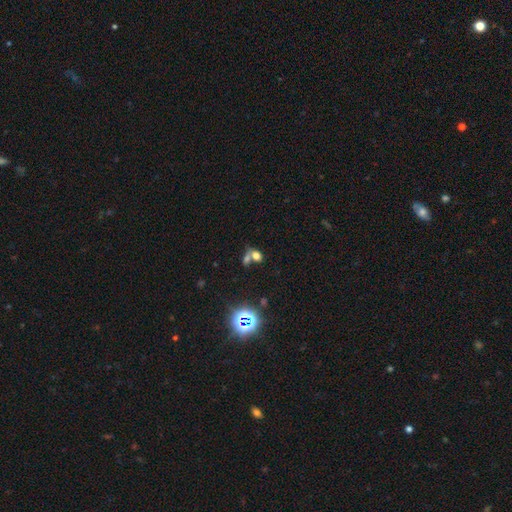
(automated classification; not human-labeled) Q: Smooth or featured?
A: smooth (63%); runner-up: star or artifact (22%)
Q: How rounded?
A: in between (65%); runner-up: round (32%)
Q: Merging?
A: merger (58%); runner-up: none (28%)